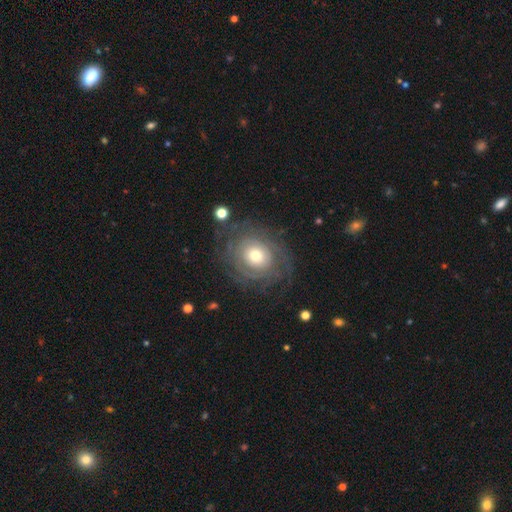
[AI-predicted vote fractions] The model was most divided on "bulge size": moderate: 61%, small: 22%, large: 14%, dominant: 2%, none: 1%. More confident: edge-on disk — no (96%); bar — no (86%); spiral arms — yes (78%); merging — none (73%); spiral winding — tight (73%); smooth or featured — featured or disk (70%); spiral arm count — can't tell (53%).